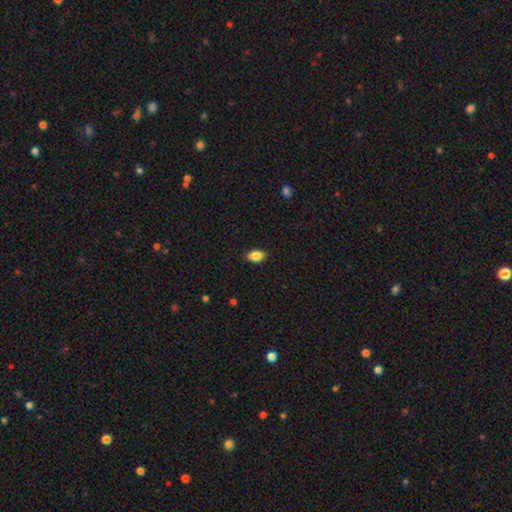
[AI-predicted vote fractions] smooth_or_featured: smooth (p=0.86) [alt: star or artifact p=0.08]
how_rounded: in between (p=0.90) [alt: round p=0.07]
merging: none (p=0.88) [alt: minor disturbance p=0.09]